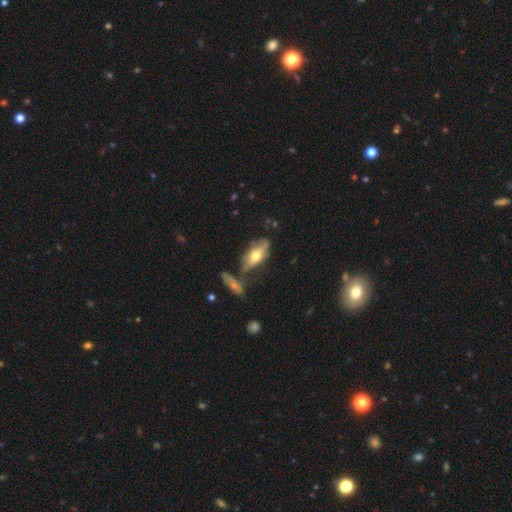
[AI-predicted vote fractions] Morphology: type=smooth (50%); merging=none (57%).